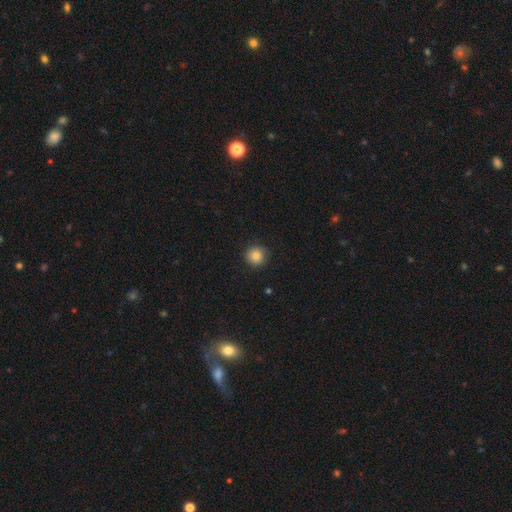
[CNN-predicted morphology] smooth 83%, star or artifact 10%, featured or disk 7%. Down the decision tree: how rounded — round (92%); merging — none (85%).